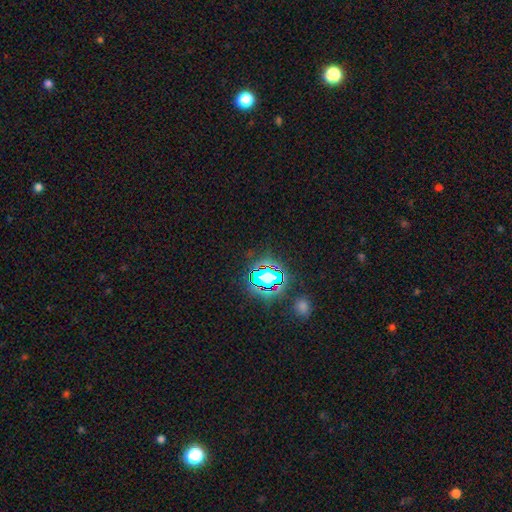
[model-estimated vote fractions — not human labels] smooth-or-featured: star or artifact: 81% | smooth: 11% | featured or disk: 7%